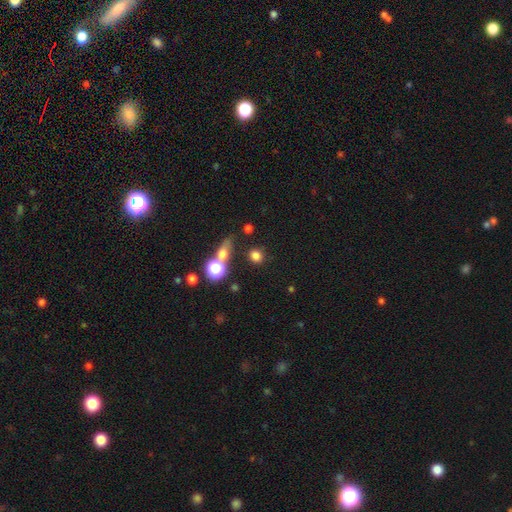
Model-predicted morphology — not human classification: smooth-or-featured: smooth: 75% | star or artifact: 18% | featured or disk: 7%
  how-rounded: round: 83% | in between: 15% | cigar-shaped: 2%
  merging: none: 78% | minor disturbance: 9% | merger: 9% | major disturbance: 4%